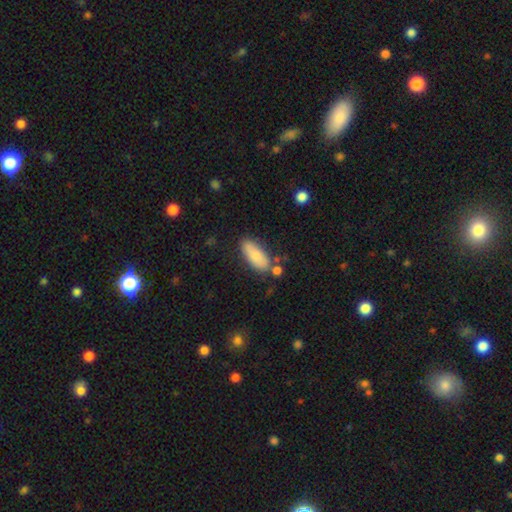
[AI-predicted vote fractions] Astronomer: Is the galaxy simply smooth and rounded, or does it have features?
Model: smooth — 79%.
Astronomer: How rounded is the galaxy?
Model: in between — 82%.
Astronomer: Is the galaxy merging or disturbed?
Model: none — 71%.